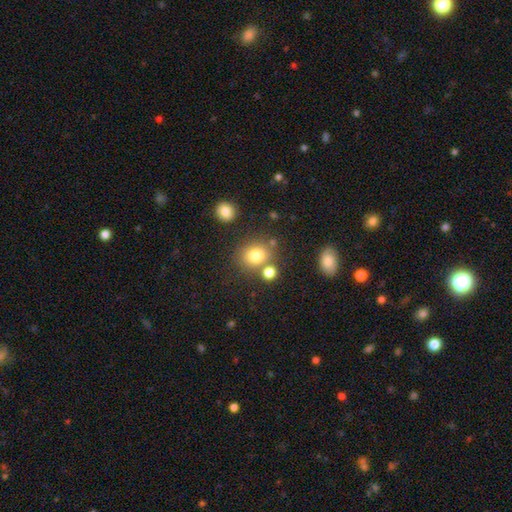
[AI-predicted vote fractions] Smooth or featured?
  - smooth: 79% *
  - star or artifact: 13%
  - featured or disk: 8%
How rounded?
  - round: 70% *
  - in between: 29%
  - cigar-shaped: 1%
Merging?
  - none: 69% *
  - merger: 15%
  - minor disturbance: 11%
  - major disturbance: 5%